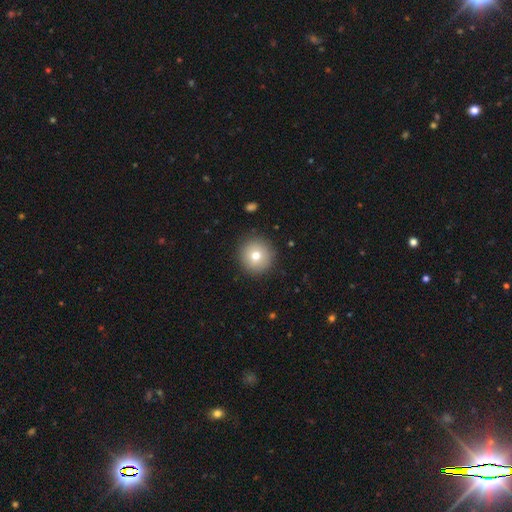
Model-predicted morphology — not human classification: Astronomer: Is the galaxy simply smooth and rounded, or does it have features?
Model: smooth — 76%.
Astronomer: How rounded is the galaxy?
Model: round — 95%.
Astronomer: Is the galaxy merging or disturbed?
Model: none — 91%.